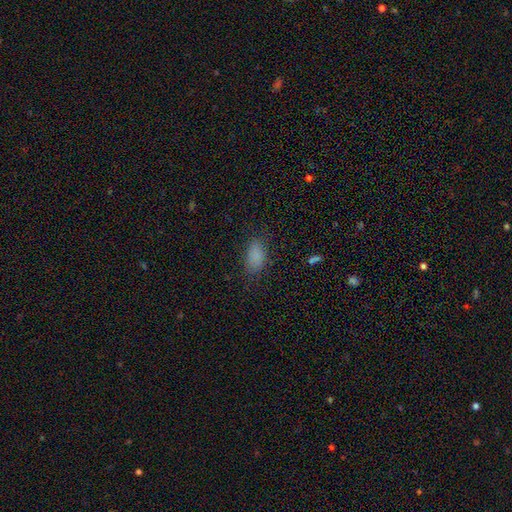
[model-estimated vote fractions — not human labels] A smooth galaxy with no disk features (85%) that is in between round and cigar-shaped (91%). Merging: none (78%).